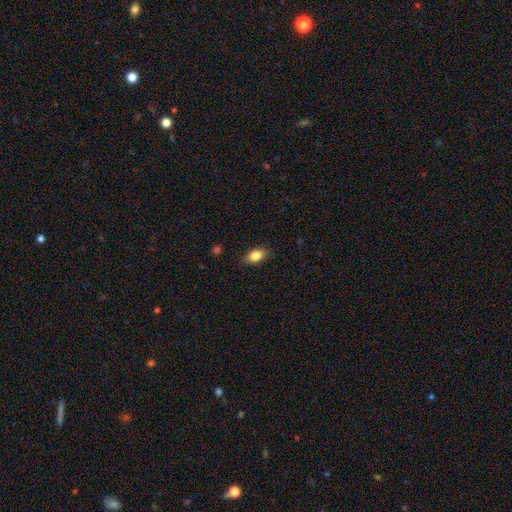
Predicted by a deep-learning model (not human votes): A smooth galaxy with no disk features (82%) that is in between round and cigar-shaped (84%).

Vote fractions:
- Smooth or featured? smooth: 82% / featured or disk: 10% / star or artifact: 8%
- How rounded? in between: 84% / round: 10% / cigar-shaped: 6%
- Merging? none: 85% / minor disturbance: 11% / major disturbance: 2% / merger: 1%